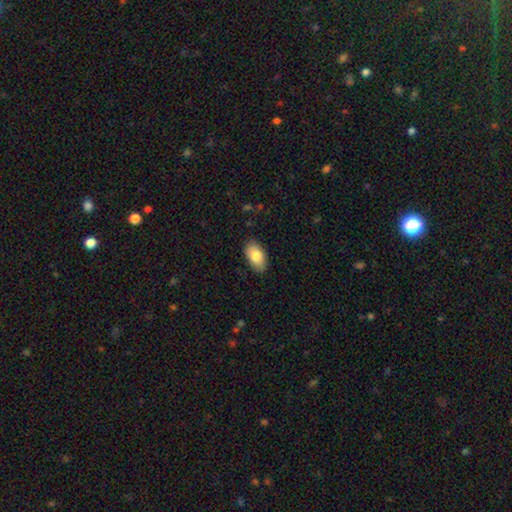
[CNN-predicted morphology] Smooth or featured: smooth — 83% (featured or disk — 11%)
How rounded: in between — 94% (round — 5%)
Merging: none — 86% (minor disturbance — 11%)